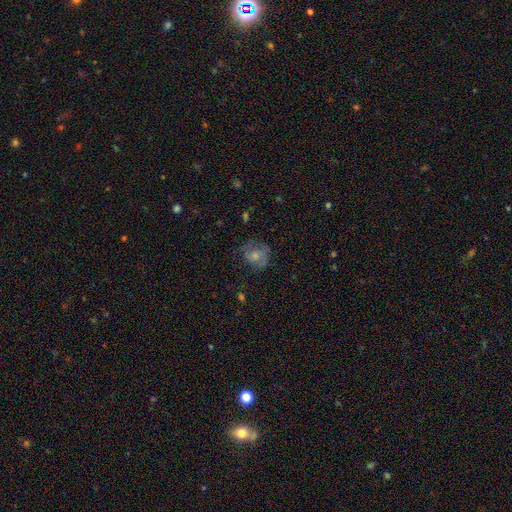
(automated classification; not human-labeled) Smooth or featured: smooth — 54% (featured or disk — 36%)
How rounded: round — 73% (in between — 26%)
Merging: none — 58% (minor disturbance — 24%)